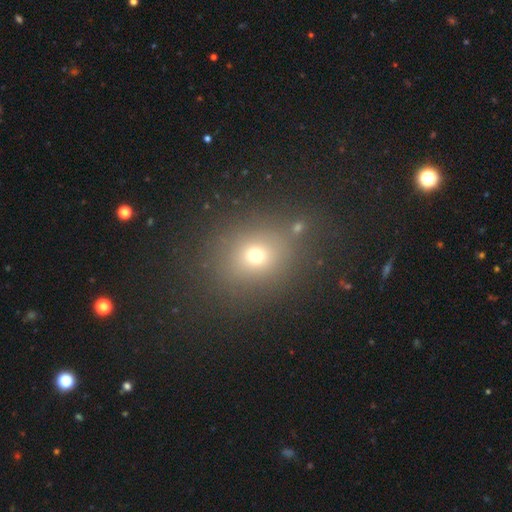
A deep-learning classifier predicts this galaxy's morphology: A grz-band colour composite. It shows a smooth galaxy with no disk features (67%) that is round (75%). Merging: none (79%).